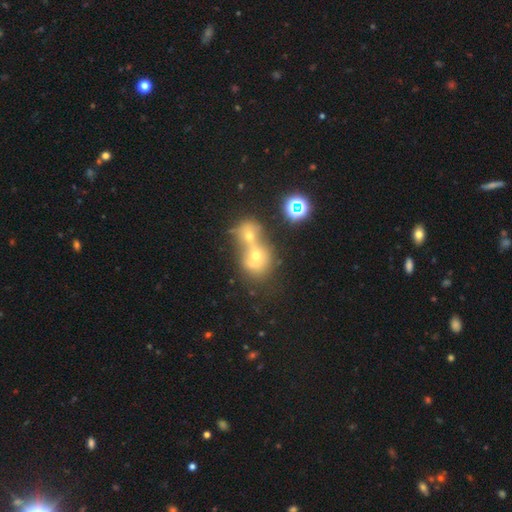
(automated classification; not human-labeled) smooth_or_featured: smooth (p=0.48) [alt: featured or disk p=0.28]
merging: merger (p=0.73) [alt: none p=0.18]